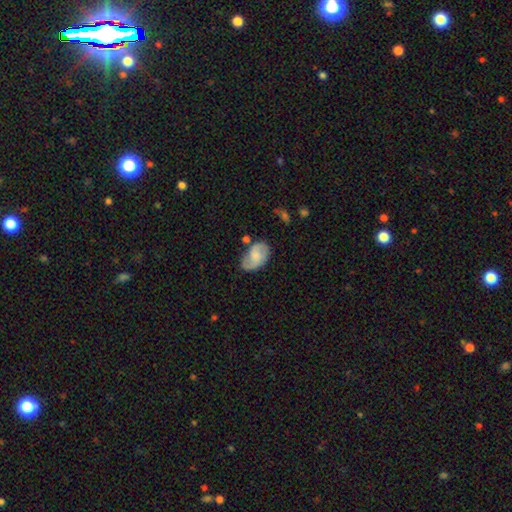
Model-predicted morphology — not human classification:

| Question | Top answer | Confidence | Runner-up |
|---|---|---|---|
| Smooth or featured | featured or disk | 51% | smooth (42%) |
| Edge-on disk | no | 97% | yes (3%) |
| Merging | none | 60% | minor disturbance (25%) |